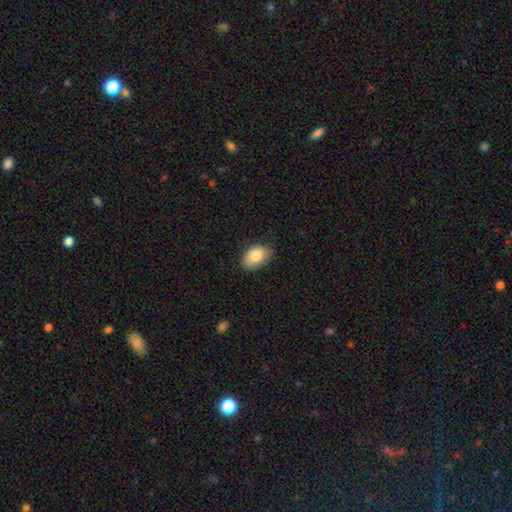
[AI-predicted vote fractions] Smooth or featured? smooth (85%)
How rounded? in between (89%)
Merging? none (73%)